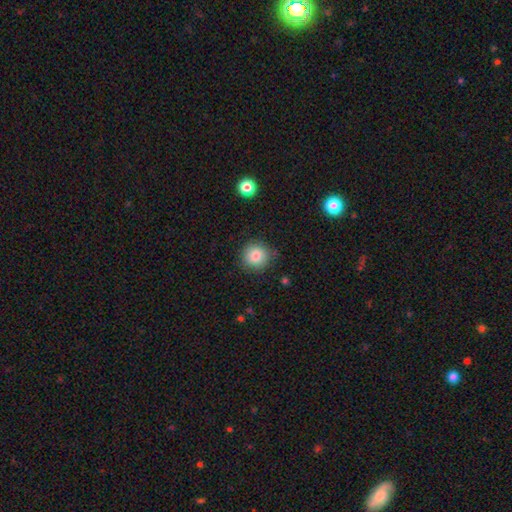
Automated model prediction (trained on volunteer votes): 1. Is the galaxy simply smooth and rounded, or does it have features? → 84% smooth, 9% star or artifact, 7% featured or disk.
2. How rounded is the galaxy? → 92% round, 7% in between, 1% cigar-shaped.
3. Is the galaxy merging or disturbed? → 85% none, 11% minor disturbance, 3% major disturbance, 1% merger.